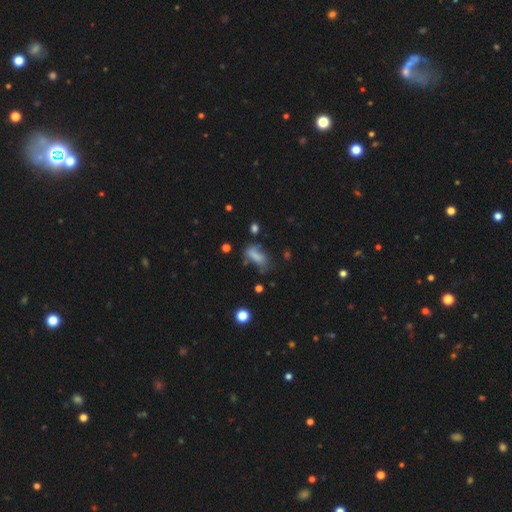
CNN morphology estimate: smooth_or_featured: smooth (p=0.67) [alt: featured or disk p=0.19]
how_rounded: in between (p=0.79) [alt: cigar-shaped p=0.15]
merging: none (p=0.36) [alt: minor disturbance p=0.29]